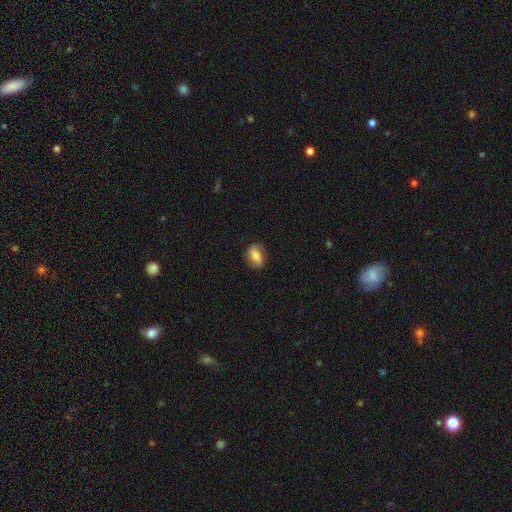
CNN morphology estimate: A smooth galaxy with no disk features (75%) that is in between round and cigar-shaped (83%). Merging: none (78%).